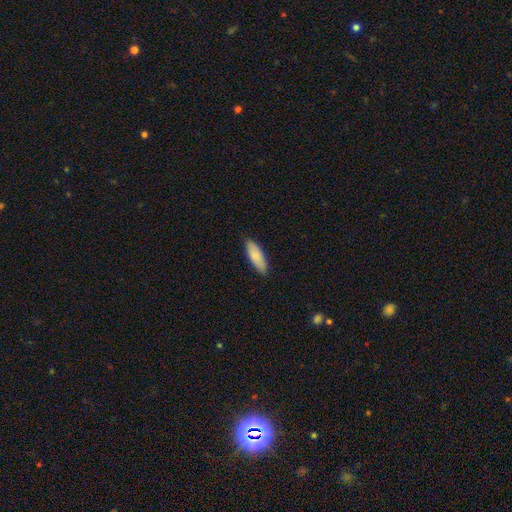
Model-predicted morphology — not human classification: Q: Smooth or featured?
A: smooth (86%); runner-up: featured or disk (9%)
Q: How rounded?
A: in between (62%); runner-up: cigar-shaped (37%)
Q: Merging?
A: none (86%); runner-up: minor disturbance (11%)